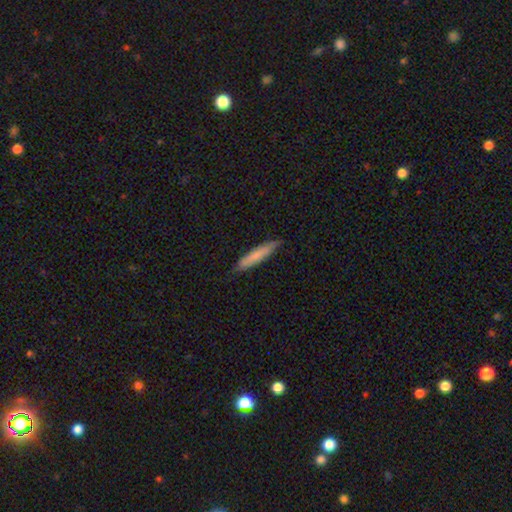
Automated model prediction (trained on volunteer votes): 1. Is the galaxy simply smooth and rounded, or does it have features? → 74% smooth, 20% featured or disk, 6% star or artifact.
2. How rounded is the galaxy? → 90% cigar-shaped, 8% in between, 1% round.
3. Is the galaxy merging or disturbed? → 84% none, 13% minor disturbance, 2% major disturbance, 1% merger.